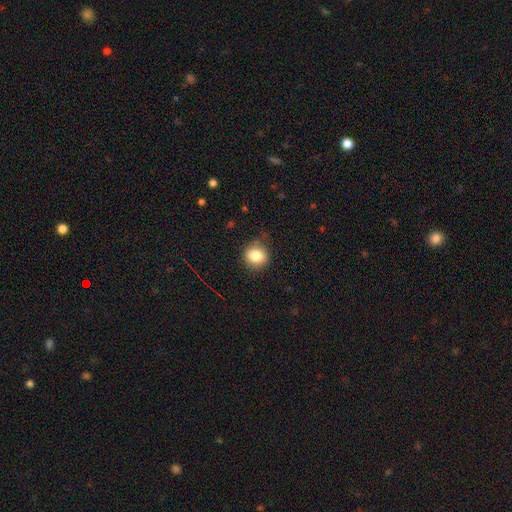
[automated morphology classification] Smooth or featured?
  - smooth: 82% *
  - star or artifact: 10%
  - featured or disk: 8%
How rounded?
  - round: 79% *
  - in between: 20%
  - cigar-shaped: 1%
Merging?
  - none: 80% *
  - minor disturbance: 15%
  - major disturbance: 4%
  - merger: 1%